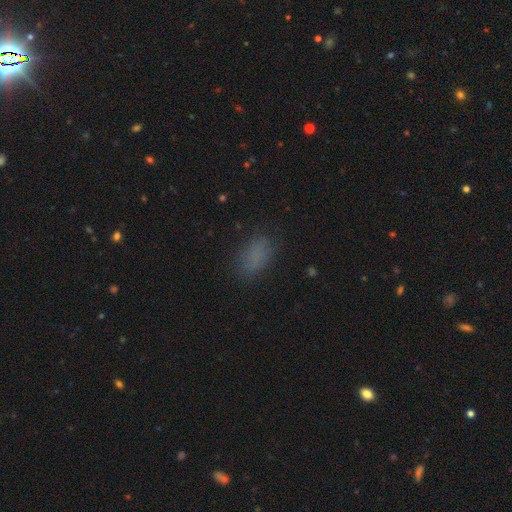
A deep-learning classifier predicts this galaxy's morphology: smooth 80%, star or artifact 14%, featured or disk 7%. Down the decision tree: how rounded — in between (88%); merging — none (78%).